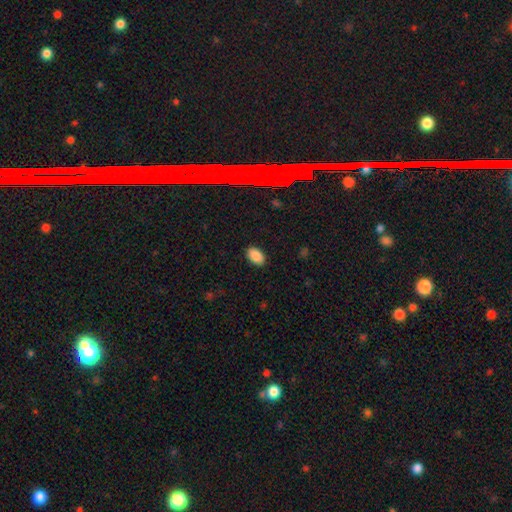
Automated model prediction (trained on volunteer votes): Overall: smooth (88%). How rounded: in between (89%). Merging: none (88%).